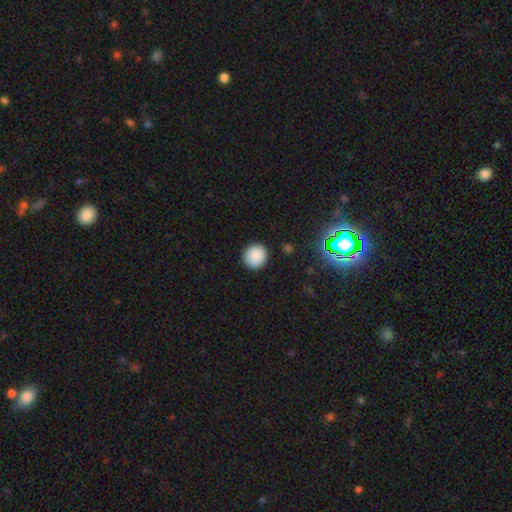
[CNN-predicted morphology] This is clearly a smooth galaxy (87%). How rounded: clearly round (93%). Merging: clearly none (91%).